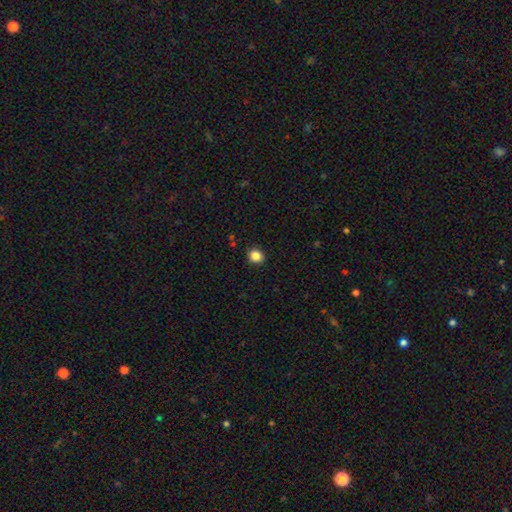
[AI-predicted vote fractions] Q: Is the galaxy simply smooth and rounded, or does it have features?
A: smooth — 85%.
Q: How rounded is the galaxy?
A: round — 82%.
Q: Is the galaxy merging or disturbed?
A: none — 91%.